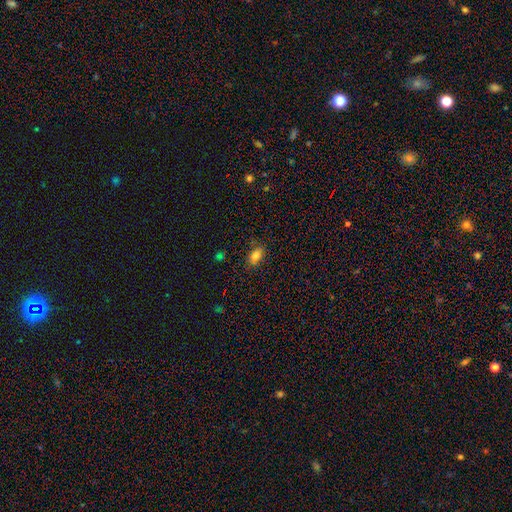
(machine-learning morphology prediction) Q: Smooth or featured?
A: smooth (80%); runner-up: star or artifact (11%)
Q: How rounded?
A: in between (83%); runner-up: round (13%)
Q: Merging?
A: none (78%); runner-up: minor disturbance (16%)